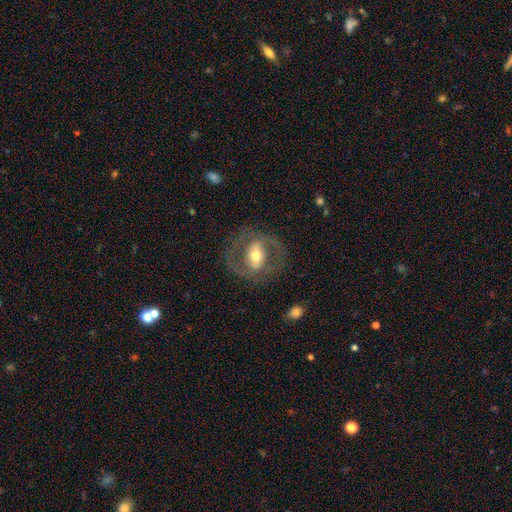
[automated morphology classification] type=featured or disk (74%); edge-on=no (94%); bar=strong (43%); spiral arms=yes (66%); bulge=moderate (68%); merging=none (75%).